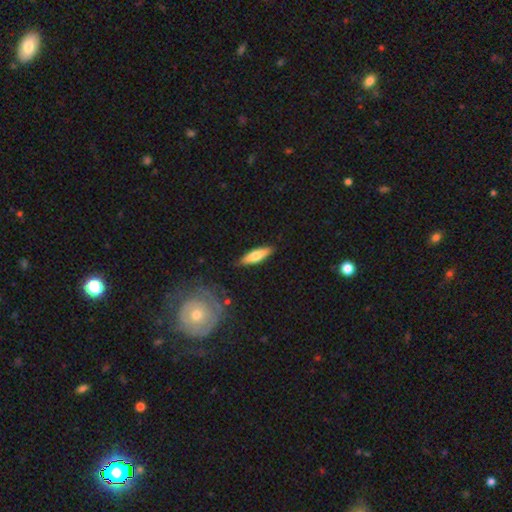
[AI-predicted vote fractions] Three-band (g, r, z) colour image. It shows a smooth galaxy with no disk features (66%) that is cigar-shaped (59%). Merging: none (87%).